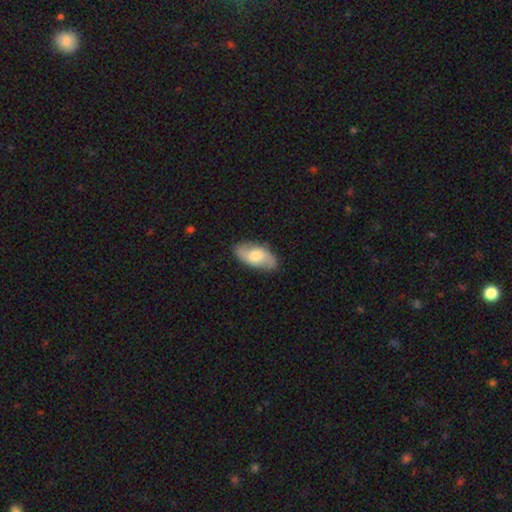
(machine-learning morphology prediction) Smooth or featured: smooth — 57% (featured or disk — 38%)
How rounded: in between — 92% (cigar-shaped — 5%)
Merging: none — 82% (minor disturbance — 14%)